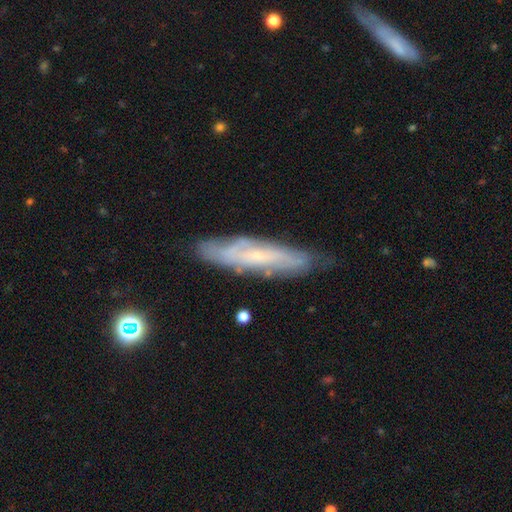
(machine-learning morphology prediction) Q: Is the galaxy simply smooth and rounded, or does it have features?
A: featured or disk — 64%.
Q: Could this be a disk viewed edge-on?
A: no — 57%.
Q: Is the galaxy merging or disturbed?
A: none — 77%.